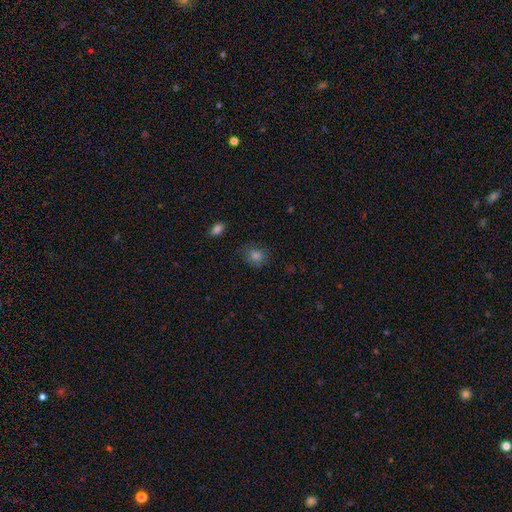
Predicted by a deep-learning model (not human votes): A smooth galaxy with no disk features (77%) that is round (72%).

Vote fractions:
- Smooth or featured? smooth: 77% / star or artifact: 15% / featured or disk: 8%
- How rounded? round: 72% / in between: 27% / cigar-shaped: 1%
- Merging? none: 80% / minor disturbance: 15% / major disturbance: 4% / merger: 2%